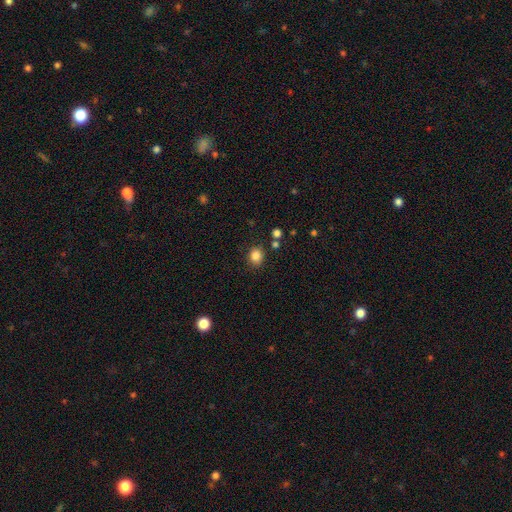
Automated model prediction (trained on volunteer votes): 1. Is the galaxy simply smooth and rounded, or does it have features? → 84% smooth, 11% star or artifact, 5% featured or disk.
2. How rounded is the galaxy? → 68% round, 31% in between, 1% cigar-shaped.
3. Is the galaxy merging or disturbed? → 84% none, 10% minor disturbance, 4% merger, 3% major disturbance.